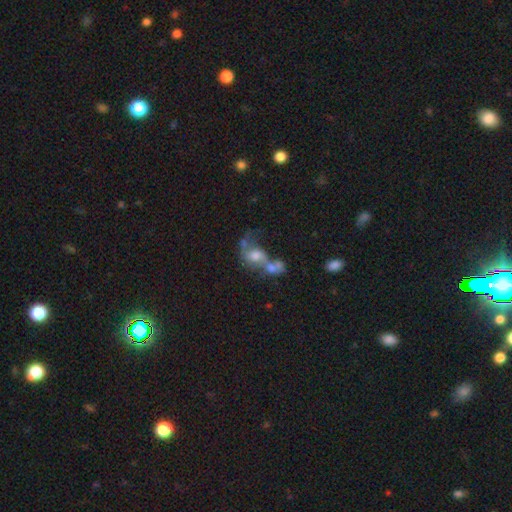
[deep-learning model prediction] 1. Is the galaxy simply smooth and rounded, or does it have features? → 44% featured or disk, 42% smooth, 15% star or artifact.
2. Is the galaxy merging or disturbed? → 62% merger, 15% major disturbance, 15% none, 8% minor disturbance.